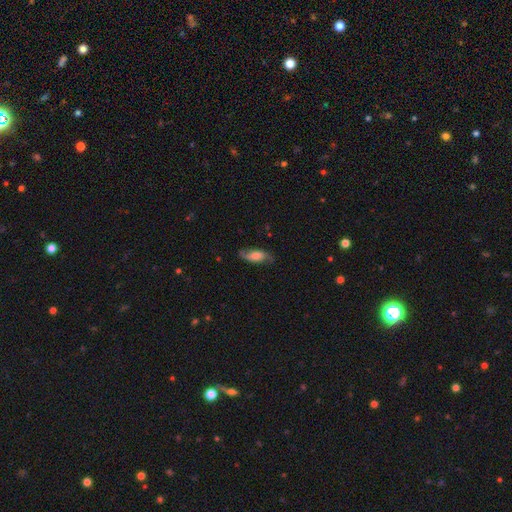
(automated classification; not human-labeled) smooth_or_featured: featured or disk (p=0.58) [alt: smooth p=0.35]
disk_edge_on: no (p=0.83) [alt: yes p=0.17]
merging: none (p=0.76) [alt: minor disturbance p=0.17]